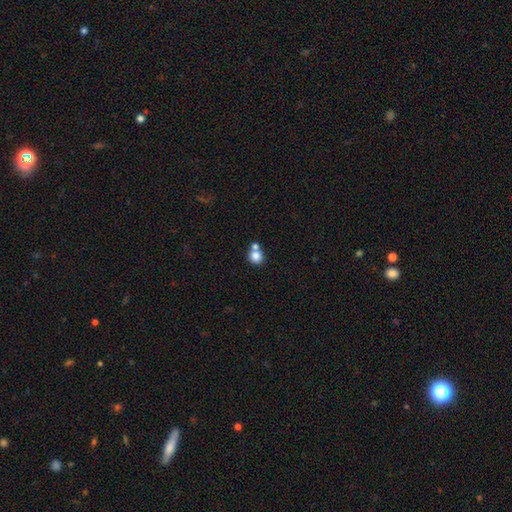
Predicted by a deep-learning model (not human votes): The model was most divided on "merging": none: 52%, merger: 37%, minor disturbance: 8%, major disturbance: 3%. More confident: how rounded — round (85%); smooth or featured — smooth (83%).